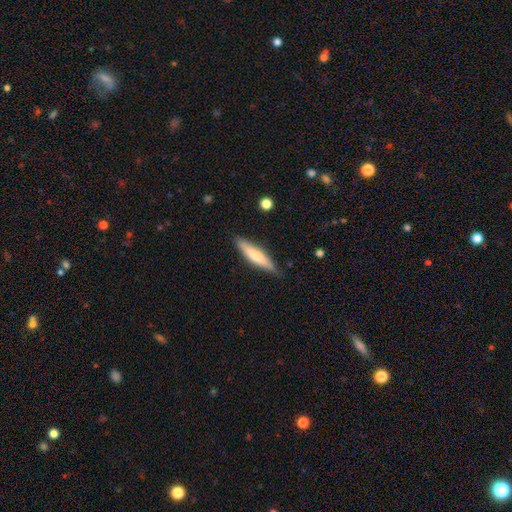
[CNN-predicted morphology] Overall: smooth (69%). How rounded: cigar-shaped (83%). Merging: none (85%).